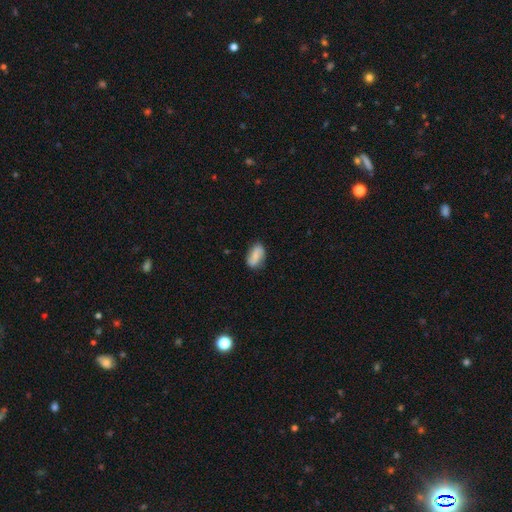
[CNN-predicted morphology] Smooth or featured? Predicted: smooth (p=0.62). How rounded? Predicted: in between (p=0.90). Merging? Predicted: none (p=0.79).